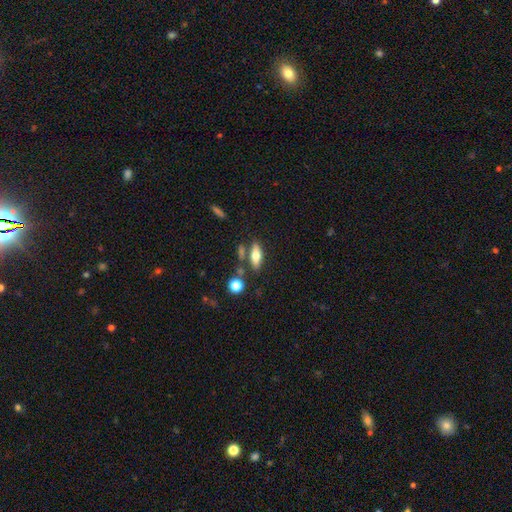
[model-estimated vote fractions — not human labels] Smooth or featured? smooth (63%)
How rounded? in between (63%)
Merging? none (72%)